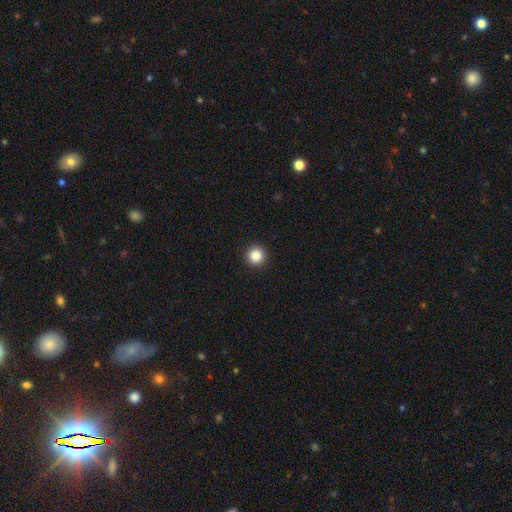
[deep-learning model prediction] smooth-or-featured: smooth: 86% | star or artifact: 10% | featured or disk: 3%
  how-rounded: round: 96% | in between: 3% | cigar-shaped: 1%
  merging: none: 93% | minor disturbance: 4% | major disturbance: 1% | merger: 1%